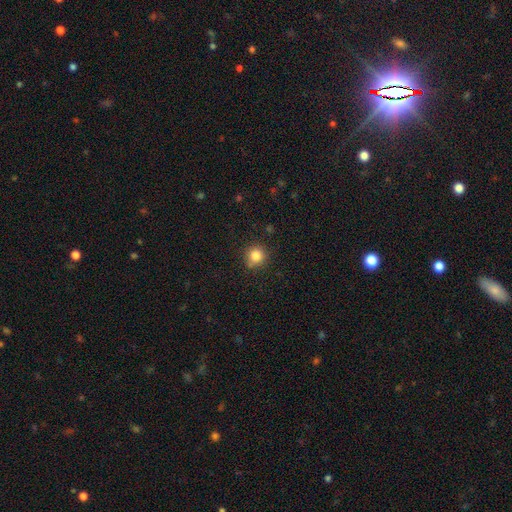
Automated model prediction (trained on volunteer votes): Smooth or featured? Predicted: smooth (p=0.82). How rounded? Predicted: round (p=0.93). Merging? Predicted: none (p=0.83).